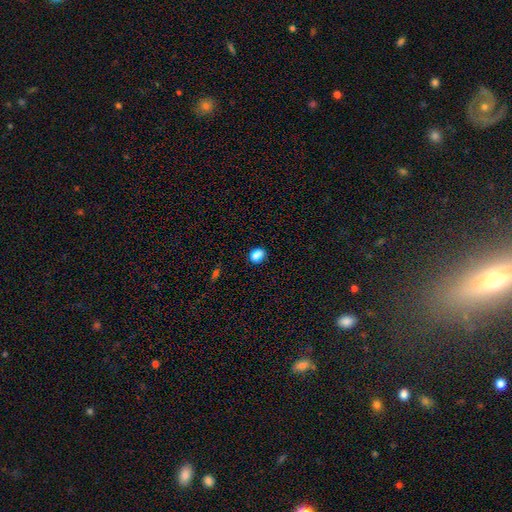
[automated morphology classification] Smooth or featured? Predicted: smooth (p=0.83). How rounded? Predicted: in between (p=0.53). Merging? Predicted: none (p=0.80).